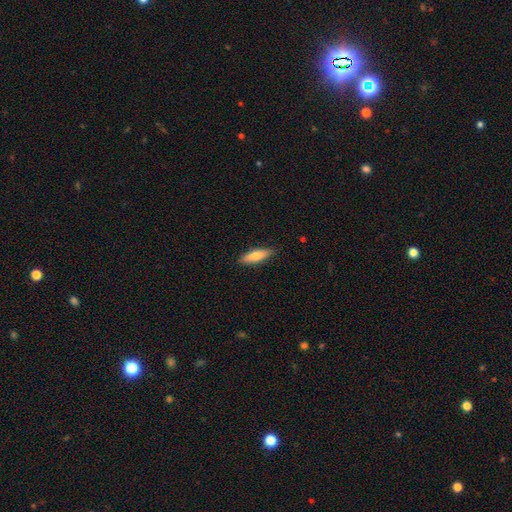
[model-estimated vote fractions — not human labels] Smooth or featured? smooth (73%)
How rounded? cigar-shaped (55%)
Merging? none (88%)